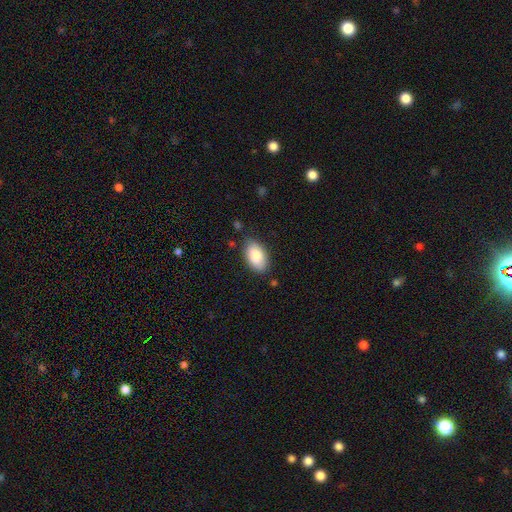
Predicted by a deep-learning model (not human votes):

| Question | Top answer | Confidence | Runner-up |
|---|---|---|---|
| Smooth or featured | smooth | 86% | featured or disk (8%) |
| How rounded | in between | 94% | round (4%) |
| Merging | none | 80% | minor disturbance (15%) |